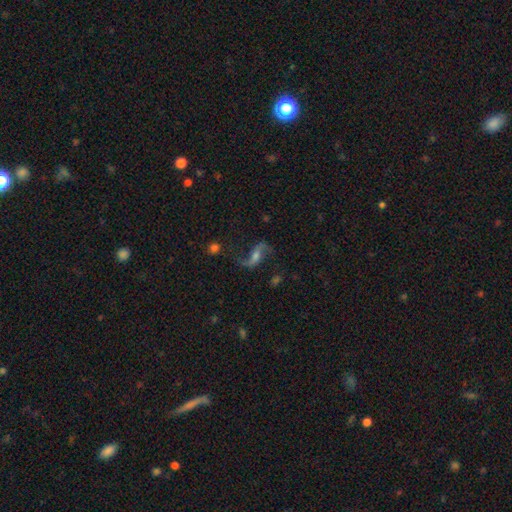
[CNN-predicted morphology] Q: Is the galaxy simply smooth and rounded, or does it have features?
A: featured or disk — 81%.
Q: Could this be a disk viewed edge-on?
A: no — 94%.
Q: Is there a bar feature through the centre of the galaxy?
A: weak — 38%, tied with no.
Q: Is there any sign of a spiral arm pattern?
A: yes — 95%.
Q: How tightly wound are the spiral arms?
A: loose — 87%.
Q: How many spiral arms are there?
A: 2 — 93%.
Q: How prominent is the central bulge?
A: moderate — 45%.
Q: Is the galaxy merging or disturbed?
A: none — 73%.